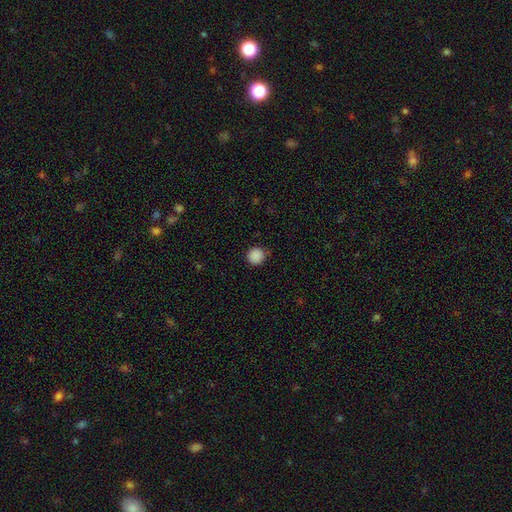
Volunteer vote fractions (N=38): Smooth or featured? 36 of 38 (95%) said smooth. How rounded? 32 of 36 (89%) said round. Merging? 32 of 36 (89%) said none.